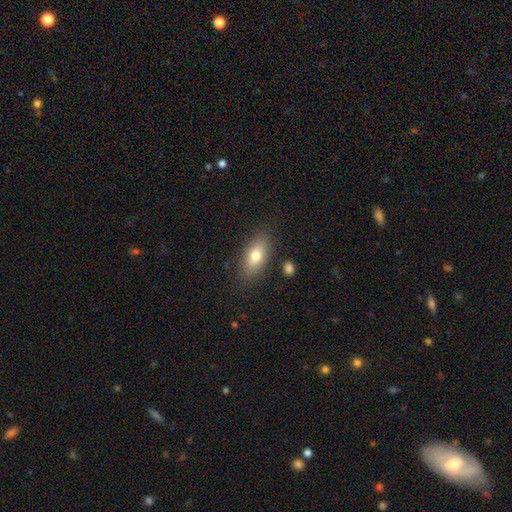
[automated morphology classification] Q: Smooth or featured?
A: smooth (75%); runner-up: featured or disk (18%)
Q: How rounded?
A: in between (83%); runner-up: cigar-shaped (12%)
Q: Merging?
A: none (84%); runner-up: minor disturbance (11%)